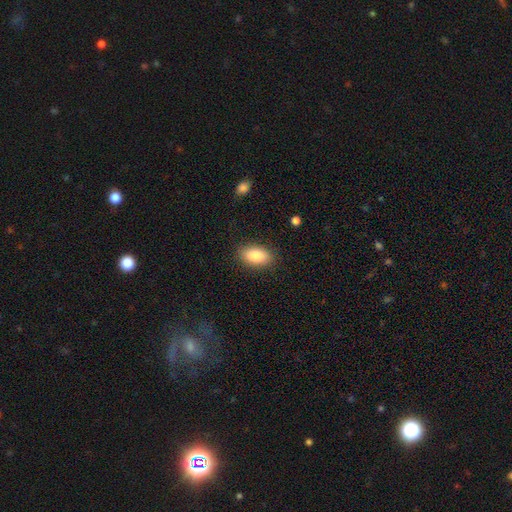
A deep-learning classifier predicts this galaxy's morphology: Smooth or featured?
  - smooth: 85% *
  - featured or disk: 8%
  - star or artifact: 7%
How rounded?
  - in between: 91% *
  - round: 6%
  - cigar-shaped: 3%
Merging?
  - none: 87% *
  - minor disturbance: 9%
  - major disturbance: 3%
  - merger: 1%